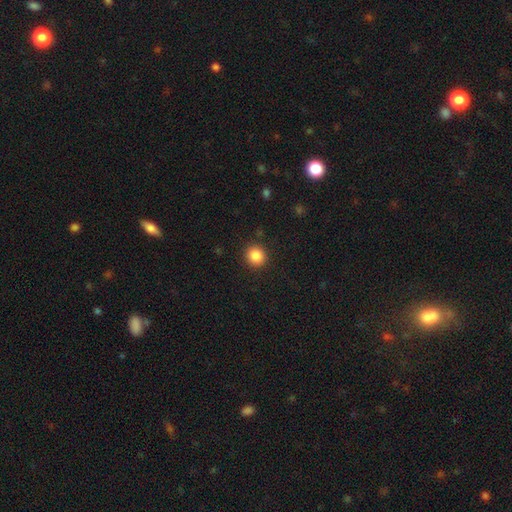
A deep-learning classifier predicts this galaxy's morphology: Smooth or featured?
  - smooth: 86% *
  - star or artifact: 10%
  - featured or disk: 4%
How rounded?
  - round: 89% *
  - in between: 10%
  - cigar-shaped: 1%
Merging?
  - none: 91% *
  - minor disturbance: 6%
  - major disturbance: 2%
  - merger: 1%